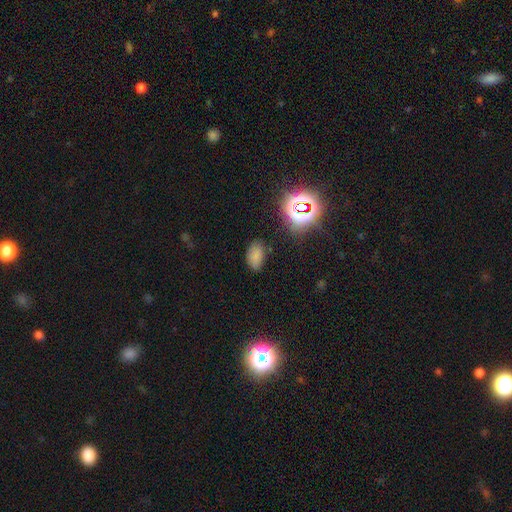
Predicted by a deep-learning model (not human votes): This appears to be a smooth galaxy with no disk features (74%) that is in between round and cigar-shaped (91%). Merging: none (77%).